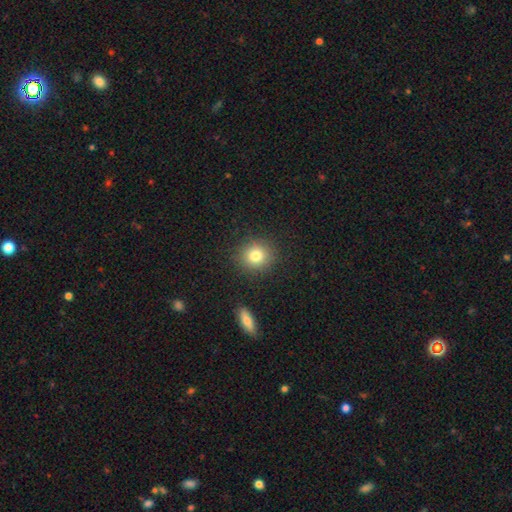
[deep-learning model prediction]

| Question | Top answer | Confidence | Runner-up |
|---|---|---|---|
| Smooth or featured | smooth | 81% | star or artifact (11%) |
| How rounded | round | 85% | in between (14%) |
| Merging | none | 88% | minor disturbance (8%) |